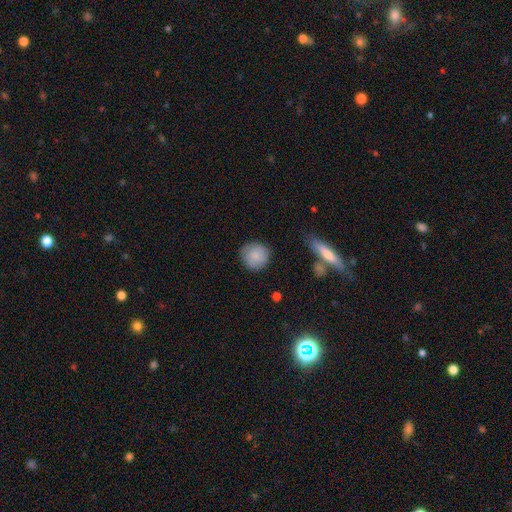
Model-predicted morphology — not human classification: Smooth or featured? Predicted: smooth (p=0.85). How rounded? Predicted: round (p=0.92). Merging? Predicted: none (p=0.83).